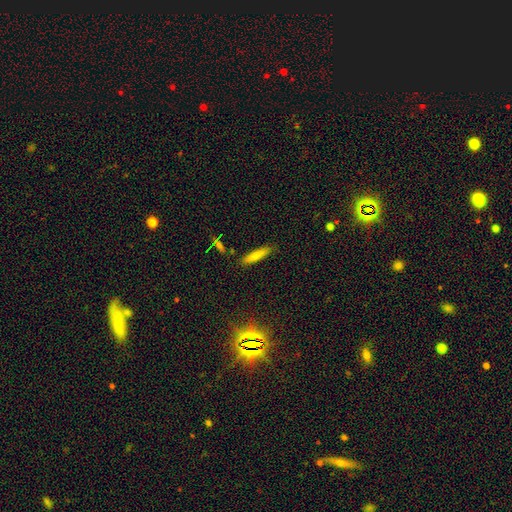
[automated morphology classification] A smooth galaxy with no disk features (69%) that is cigar-shaped (81%). Merging: none (85%).